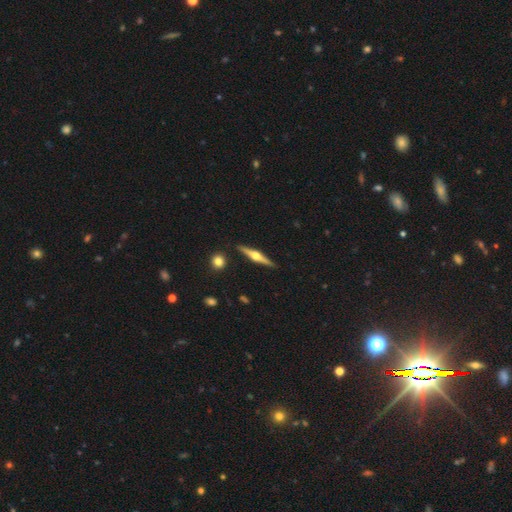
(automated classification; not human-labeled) A featured or disk galaxy (78%) viewed edge-on (98%) with a rounded central bulge (95%).

Vote fractions:
- Smooth or featured? featured or disk: 78% / smooth: 17% / star or artifact: 5%
- Edge-on disk? yes: 98% / no: 2%
- Edge-on bulge? rounded: 95% / boxy: 3% / none: 2%
- Merging? none: 90% / minor disturbance: 6% / merger: 2% / major disturbance: 1%